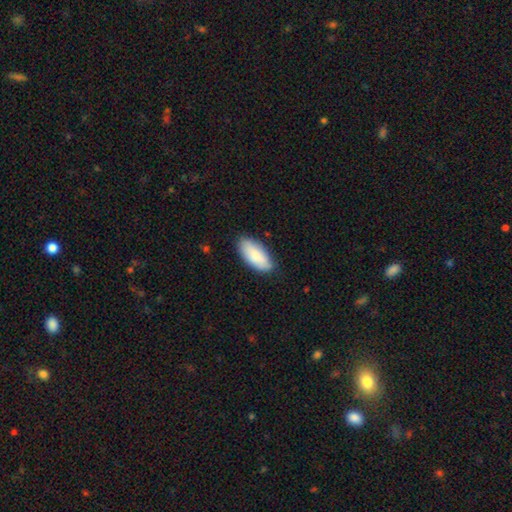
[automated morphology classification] Smooth or featured? smooth (84%)
How rounded? in between (90%)
Merging? none (82%)